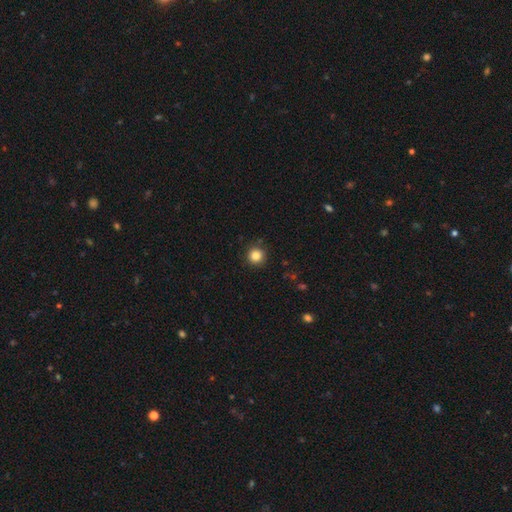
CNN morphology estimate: This appears to be a smooth galaxy with no disk features (85%) that is round (95%). Merging: none (91%).